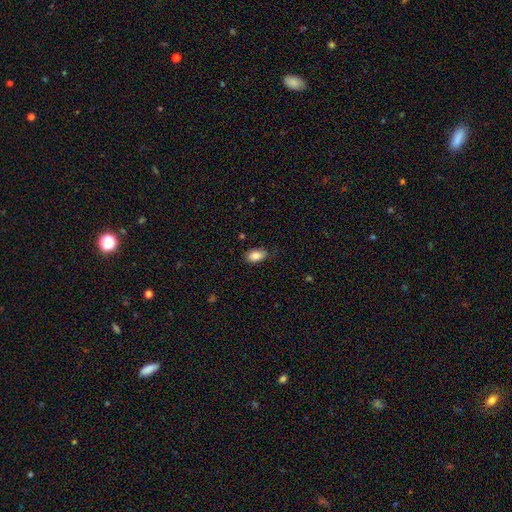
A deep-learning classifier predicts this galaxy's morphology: smooth_or_featured: smooth (p=0.87) [alt: star or artifact p=0.08]
how_rounded: in between (p=0.91) [alt: round p=0.07]
merging: none (p=0.77) [alt: minor disturbance p=0.18]